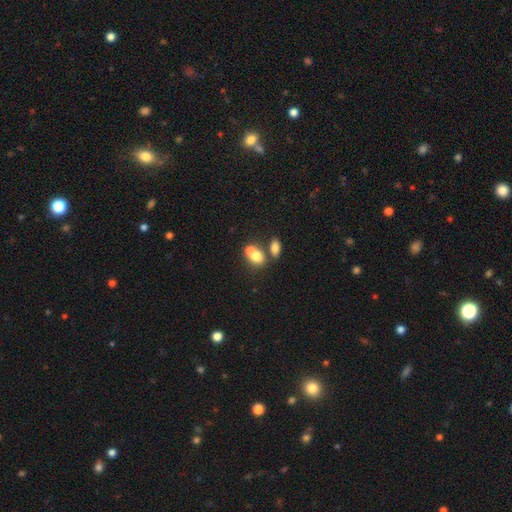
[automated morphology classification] Smooth or featured? Predicted: smooth (p=0.72). How rounded? Predicted: in between (p=0.69). Merging? Predicted: merger (p=0.61).